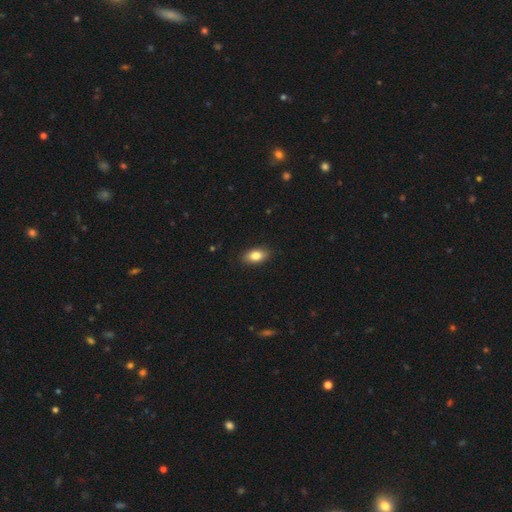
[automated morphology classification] This appears to be a smooth galaxy with no disk features (83%) that is in between round and cigar-shaped (90%). Merging: none (88%).